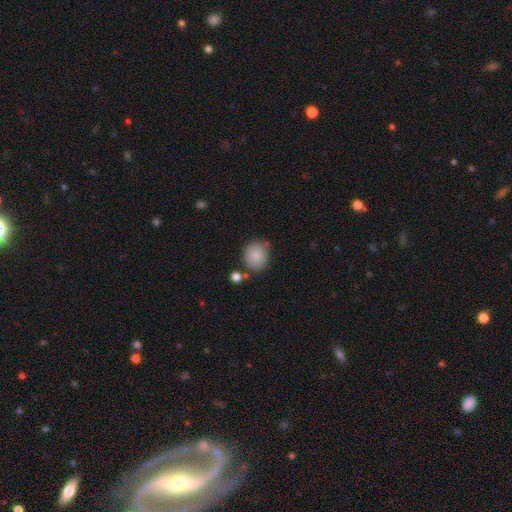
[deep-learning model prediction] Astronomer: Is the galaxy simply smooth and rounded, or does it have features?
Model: smooth — 86%.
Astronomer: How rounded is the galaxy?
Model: round — 72%.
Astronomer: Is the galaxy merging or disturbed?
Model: none — 75%.